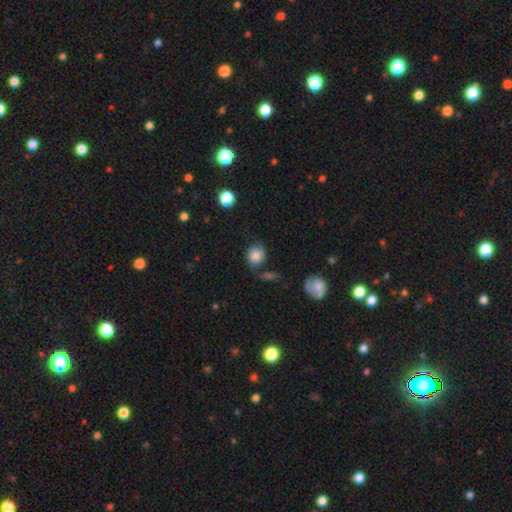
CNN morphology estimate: smooth-or-featured: smooth: 72% | featured or disk: 19% | star or artifact: 9%
  how-rounded: round: 75% | in between: 24% | cigar-shaped: 1%
  merging: none: 49% | minor disturbance: 27% | major disturbance: 15% | merger: 9%